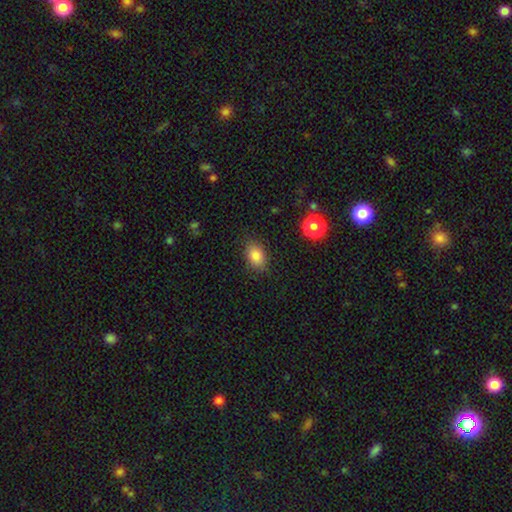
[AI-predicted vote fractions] Smooth or featured?
  - smooth: 84% *
  - star or artifact: 9%
  - featured or disk: 6%
How rounded?
  - in between: 82% *
  - round: 17%
  - cigar-shaped: 1%
Merging?
  - none: 83% *
  - minor disturbance: 12%
  - major disturbance: 3%
  - merger: 1%